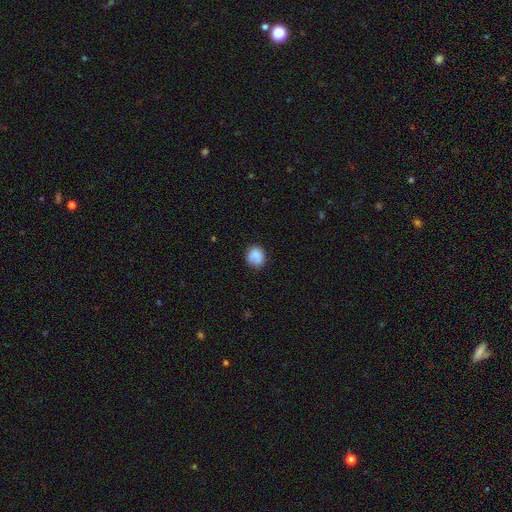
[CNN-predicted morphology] Smooth or featured? Predicted: smooth (p=0.83). How rounded? Predicted: round (p=0.79). Merging? Predicted: none (p=0.75).